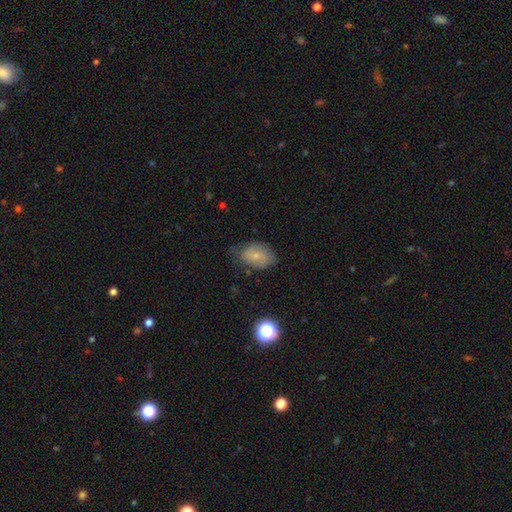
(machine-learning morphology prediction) A smooth galaxy with no disk features (60%) that is in between round and cigar-shaped (80%). Merging: none (62%).